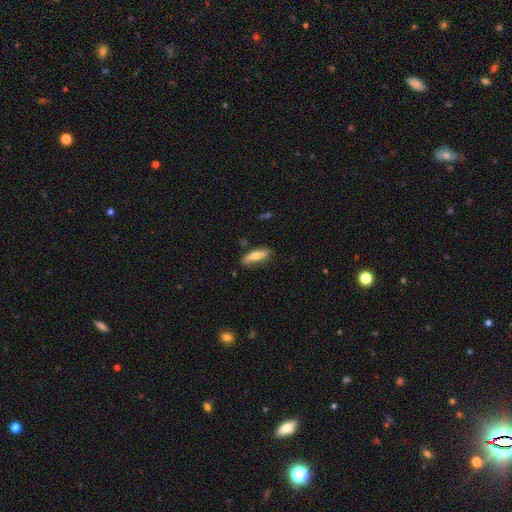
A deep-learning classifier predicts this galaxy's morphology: A smooth galaxy with no disk features (63%) that is cigar-shaped (55%). Merging: none (79%).